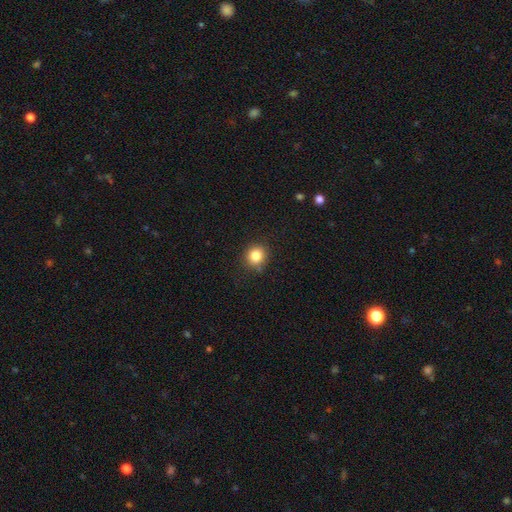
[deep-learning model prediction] A smooth galaxy with no disk features (83%) that is round (88%).

Vote fractions:
- Smooth or featured? smooth: 83% / star or artifact: 11% / featured or disk: 5%
- How rounded? round: 88% / in between: 11% / cigar-shaped: 1%
- Merging? none: 86% / minor disturbance: 10% / major disturbance: 2% / merger: 2%